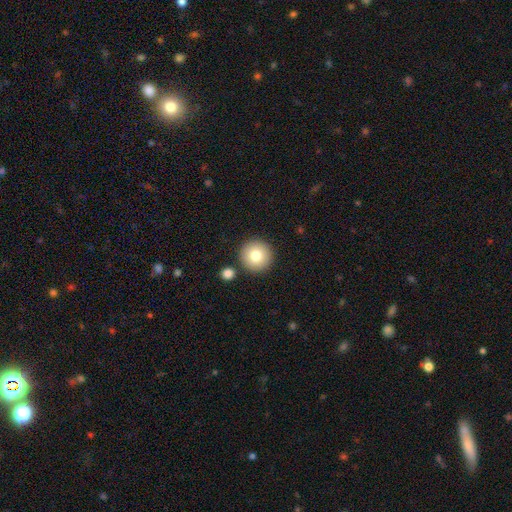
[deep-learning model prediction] A smooth galaxy with no disk features (79%) that is round (96%). Merging: none (87%).